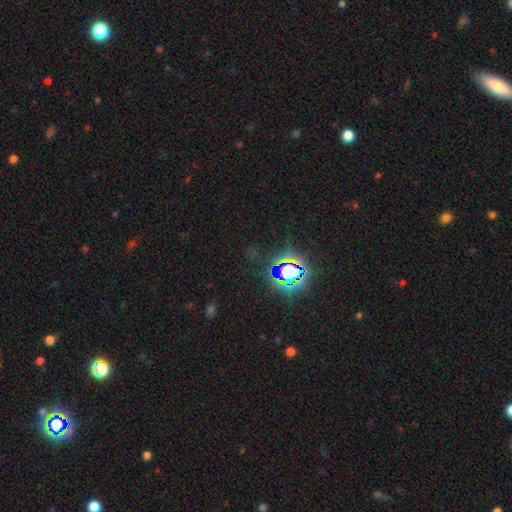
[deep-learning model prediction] A star or artifact, not a galaxy (79%).